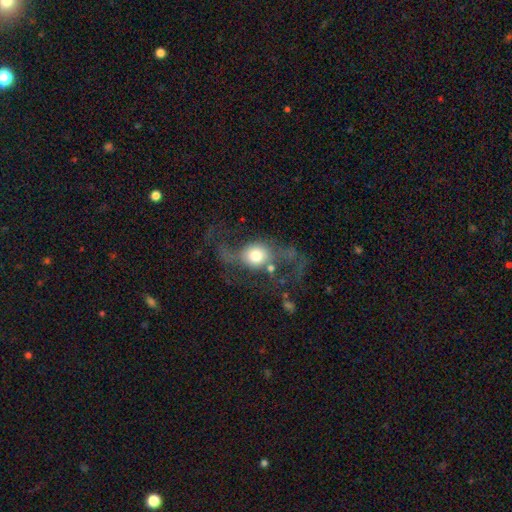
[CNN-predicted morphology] Smooth or featured? smooth (49%)
Merging? major disturbance (48%)